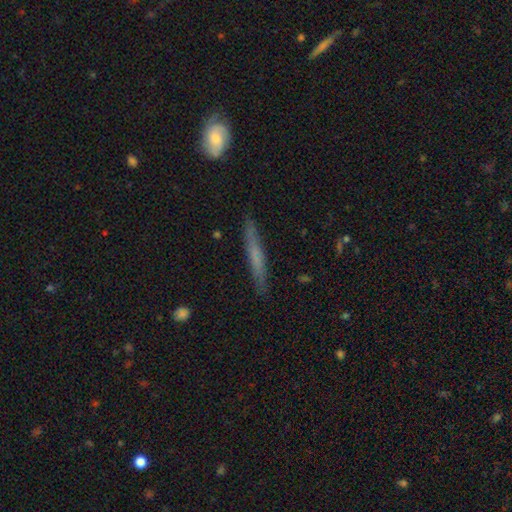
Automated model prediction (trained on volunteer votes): smooth_or_featured: smooth (p=0.52) [alt: featured or disk p=0.41]
how_rounded: cigar-shaped (p=0.94) [alt: in between p=0.04]
merging: none (p=0.85) [alt: minor disturbance p=0.11]